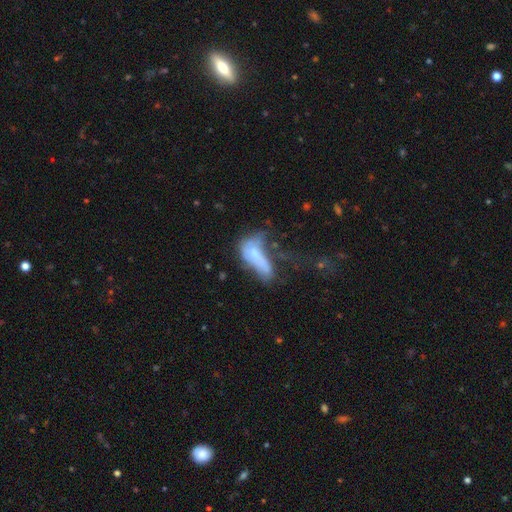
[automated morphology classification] A smooth galaxy with no disk features (51%) that is in between round and cigar-shaped (73%).

Vote fractions:
- Smooth or featured? smooth: 51% / featured or disk: 39% / star or artifact: 11%
- How rounded? in between: 73% / cigar-shaped: 23% / round: 4%
- Merging? major disturbance: 45% / merger: 19% / minor disturbance: 19% / none: 17%